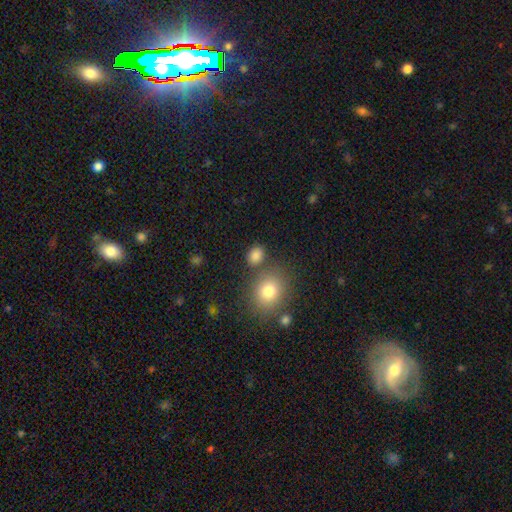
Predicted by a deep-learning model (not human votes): A smooth galaxy with no disk features (83%) that is round (51%).

Vote fractions:
- Smooth or featured? smooth: 83% / star or artifact: 12% / featured or disk: 5%
- How rounded? round: 51% / in between: 48% / cigar-shaped: 1%
- Merging? none: 75% / minor disturbance: 11% / merger: 9% / major disturbance: 4%